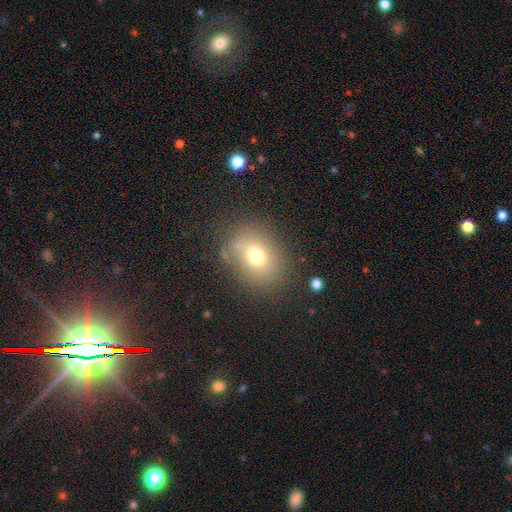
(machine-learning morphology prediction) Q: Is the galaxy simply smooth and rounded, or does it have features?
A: smooth — 69%.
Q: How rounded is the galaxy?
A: in between — 50%.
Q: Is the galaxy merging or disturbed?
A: none — 74%.